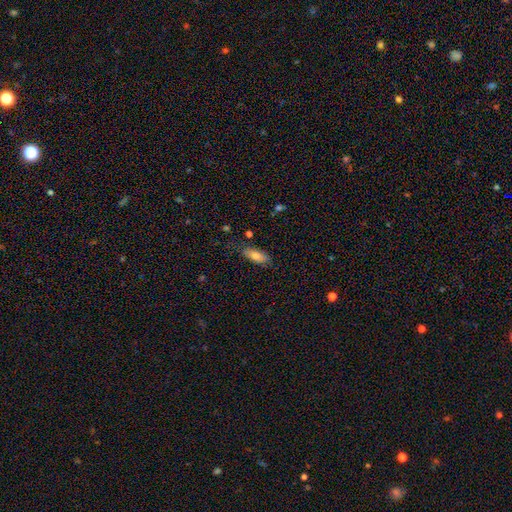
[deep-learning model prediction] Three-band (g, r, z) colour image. It shows a smooth galaxy with no disk features (77%) that is in between round and cigar-shaped (70%). Merging: none (77%).